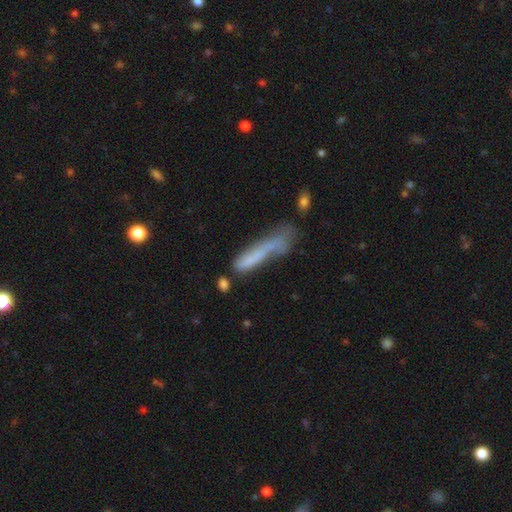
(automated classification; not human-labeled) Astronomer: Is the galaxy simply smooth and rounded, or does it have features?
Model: smooth — 61%.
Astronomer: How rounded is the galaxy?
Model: cigar-shaped — 86%.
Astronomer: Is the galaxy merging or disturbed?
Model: none — 32% (runner-up: major disturbance, 25%).